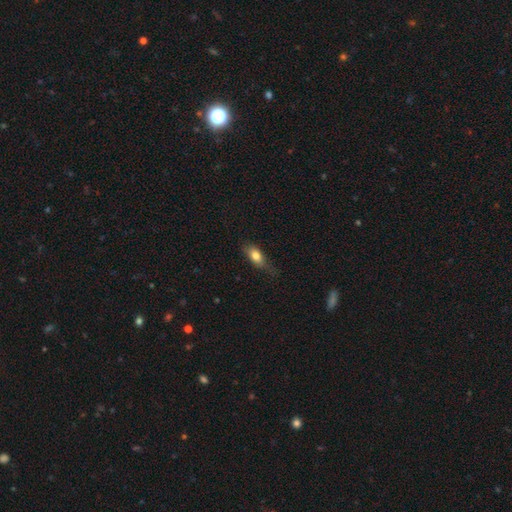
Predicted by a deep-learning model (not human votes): Smooth or featured? smooth (78%)
How rounded? in between (80%)
Merging? none (58%)